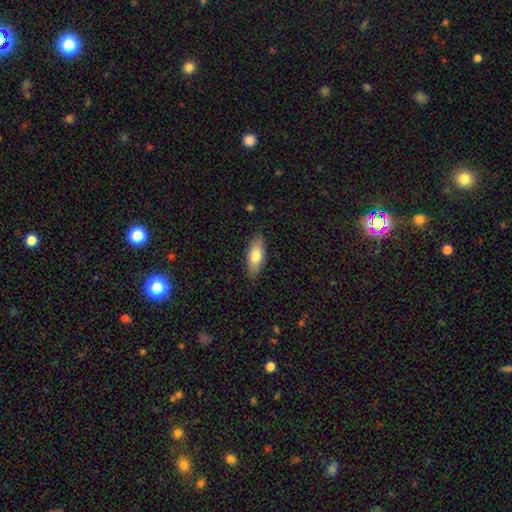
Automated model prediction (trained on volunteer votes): Morphology: type=smooth (72%); roundness=in between (76%); merging=none (86%).